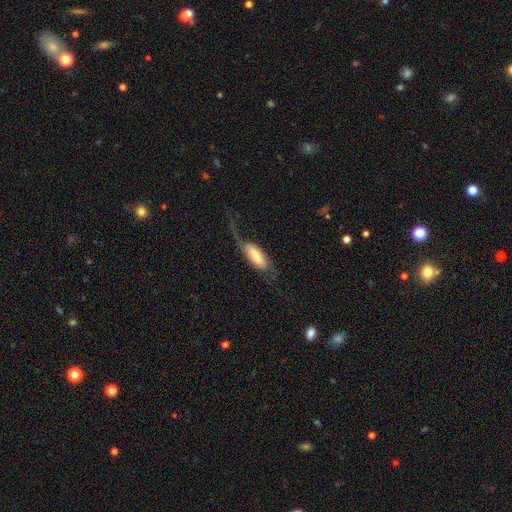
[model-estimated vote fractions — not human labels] The model was most divided on "merging": none: 41%, major disturbance: 38%, minor disturbance: 19%, merger: 3%. More confident: edge-on disk — no (81%); smooth or featured — featured or disk (53%).